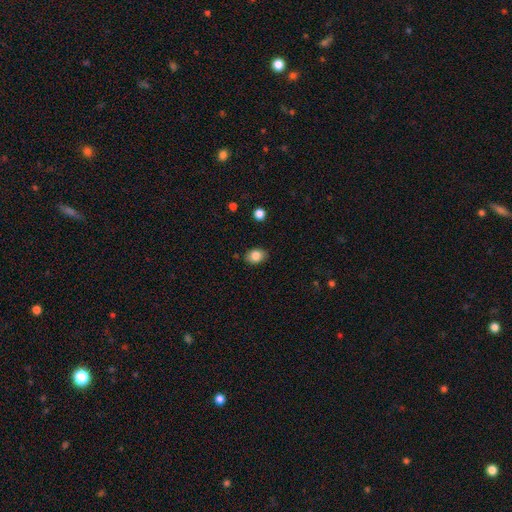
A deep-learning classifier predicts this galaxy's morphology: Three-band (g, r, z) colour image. It shows a smooth galaxy with no disk features (84%) that is in between round and cigar-shaped (64%). Merging: none (83%).